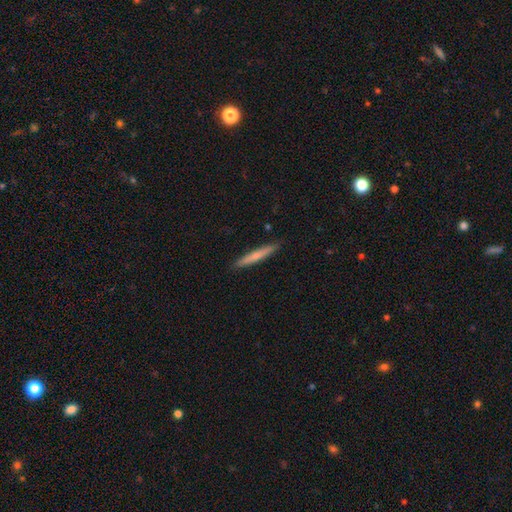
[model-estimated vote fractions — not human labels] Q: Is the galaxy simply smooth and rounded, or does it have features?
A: smooth — 63%.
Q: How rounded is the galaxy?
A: cigar-shaped — 95%.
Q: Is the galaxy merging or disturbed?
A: none — 90%.